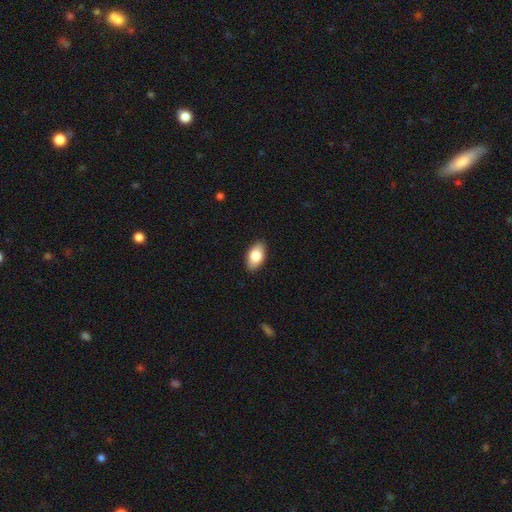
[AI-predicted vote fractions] smooth 80%, featured or disk 13%, star or artifact 7%. Down the decision tree: how rounded — in between (93%); merging — none (89%).